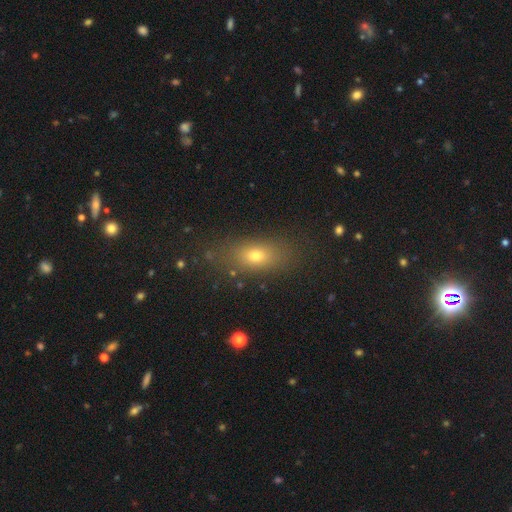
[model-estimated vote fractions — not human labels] This appears to be a smooth galaxy with no disk features (71%) that is in between round and cigar-shaped (74%). Merging: none (80%).